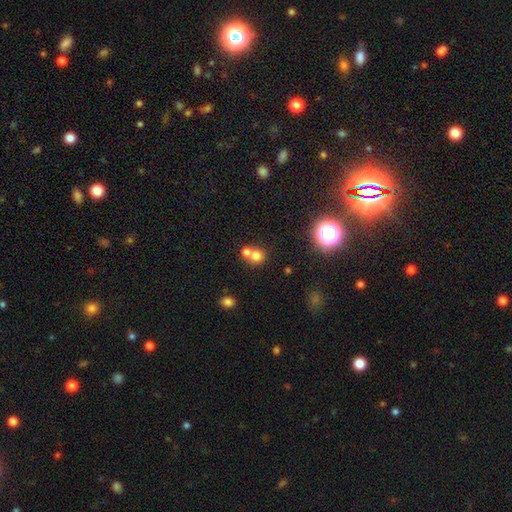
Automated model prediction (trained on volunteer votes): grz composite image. It shows a smooth galaxy with no disk features (73%) that is round (84%). Merging: merger (51%).